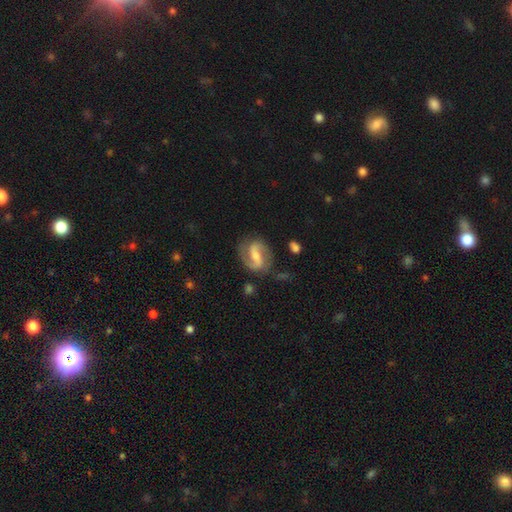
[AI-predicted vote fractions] smooth-or-featured: featured or disk: 84% | smooth: 11% | star or artifact: 5%
  disk-edge-on: no: 97% | yes: 3%
    bar: strong: 41% | weak: 40% | no: 19%
    has-spiral-arms: yes: 95% | no: 5%
      spiral-winding: medium: 48% | loose: 33% | tight: 19%
      spiral-arm-count: 2: 91% | can't tell: 3% | 1: 3% | 3: 1% | 4: 1% | more than 4: 1%
    bulge-size: moderate: 47% | small: 40% | none: 7% | large: 5% | dominant: 1%
  merging: none: 76% | minor disturbance: 15% | major disturbance: 6% | merger: 2%